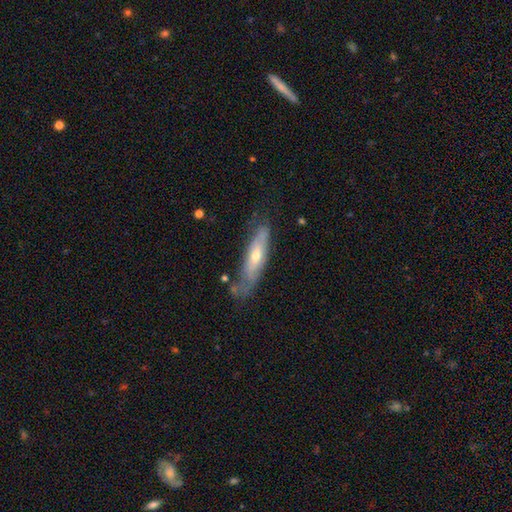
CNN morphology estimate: Overall: featured or disk (55%; smooth 39%). Edge-on disk: no (55%; yes 45%). Merging: none (58%; minor disturbance 27%).